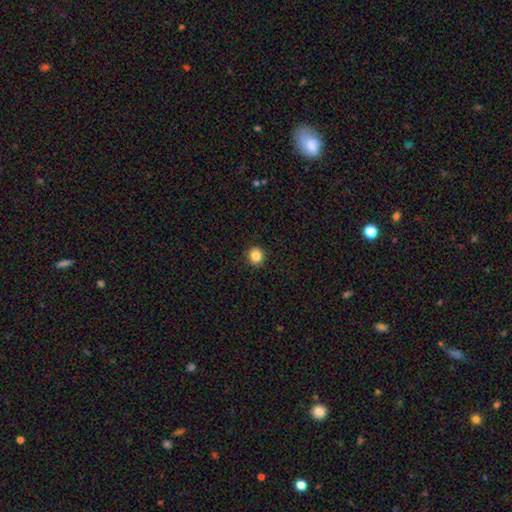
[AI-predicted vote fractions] Overall: smooth (85%). How rounded: round (88%). Merging: none (92%).